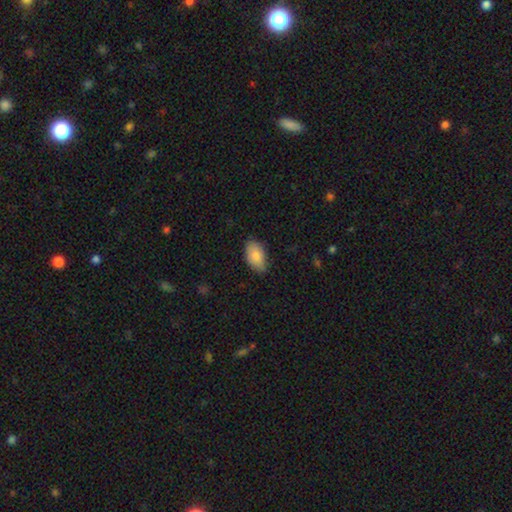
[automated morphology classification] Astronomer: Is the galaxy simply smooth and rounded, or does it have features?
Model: smooth — 84%.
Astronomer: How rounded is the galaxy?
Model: in between — 93%.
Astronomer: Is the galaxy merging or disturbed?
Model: none — 80%.